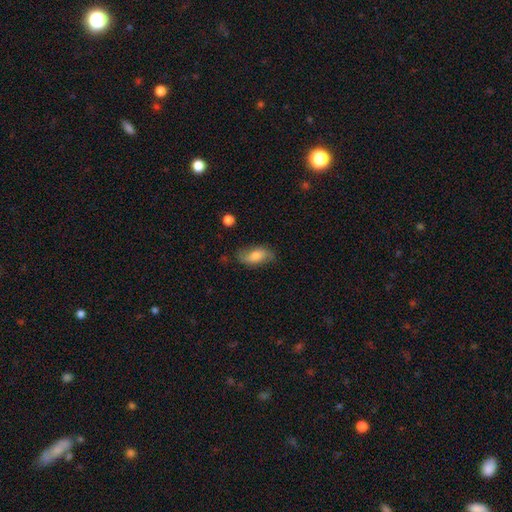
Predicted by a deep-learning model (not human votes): smooth 61%, featured or disk 31%, star or artifact 8%. Down the decision tree: how rounded — in between (87%); merging — none (69%).